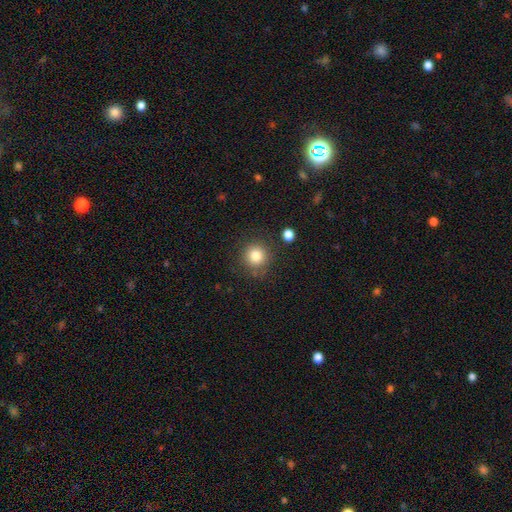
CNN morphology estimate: smooth_or_featured: smooth (p=0.82) [alt: star or artifact p=0.11]
how_rounded: round (p=0.93) [alt: in between p=0.06]
merging: none (p=0.83) [alt: minor disturbance p=0.10]